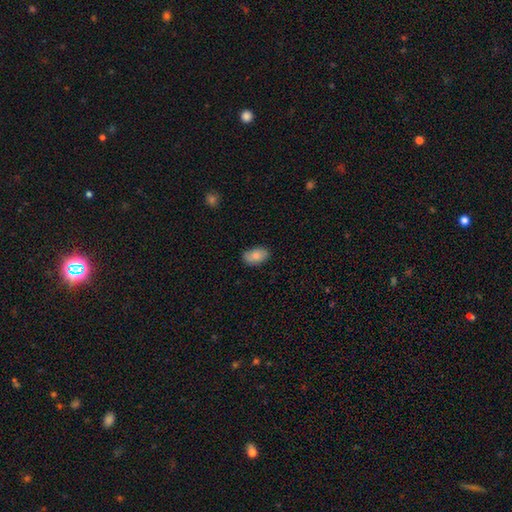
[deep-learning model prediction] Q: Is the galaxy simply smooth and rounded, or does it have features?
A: smooth — 83%.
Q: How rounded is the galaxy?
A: in between — 92%.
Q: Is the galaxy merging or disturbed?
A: none — 81%.